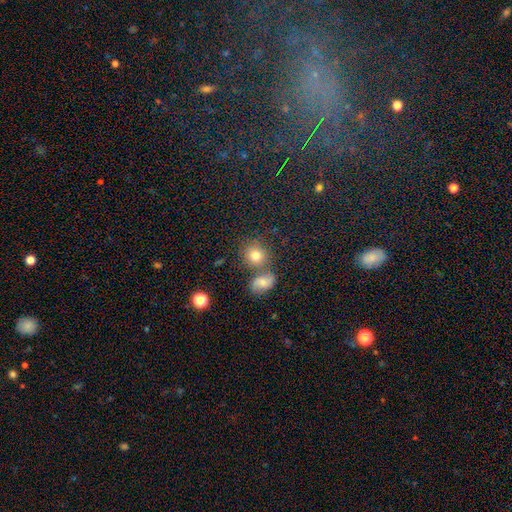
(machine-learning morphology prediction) Smooth or featured? Predicted: smooth (p=0.77). How rounded? Predicted: round (p=0.81). Merging? Predicted: none (p=0.58).